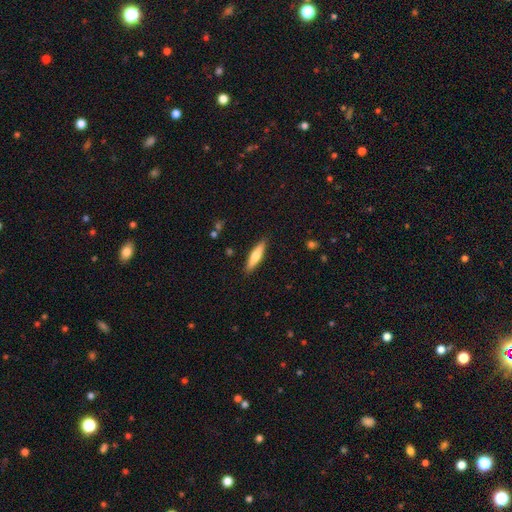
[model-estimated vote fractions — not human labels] Smooth or featured? Predicted: smooth (p=0.64). How rounded? Predicted: cigar-shaped (p=0.79). Merging? Predicted: none (p=0.89).